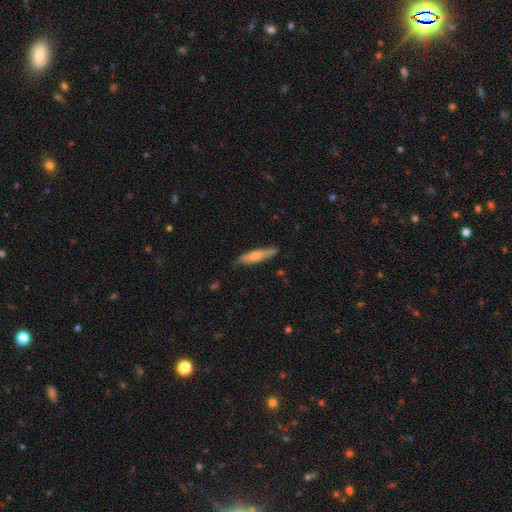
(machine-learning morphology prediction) smooth_or_featured: smooth (p=0.69) [alt: featured or disk p=0.26]
how_rounded: cigar-shaped (p=0.80) [alt: in between p=0.19]
merging: none (p=0.79) [alt: minor disturbance p=0.17]